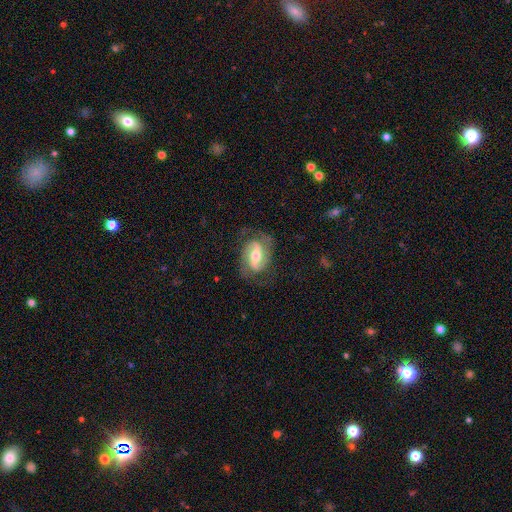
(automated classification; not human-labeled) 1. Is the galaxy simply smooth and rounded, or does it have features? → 82% featured or disk, 12% smooth, 6% star or artifact.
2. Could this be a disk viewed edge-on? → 96% no, 4% yes.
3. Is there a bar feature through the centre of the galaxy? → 43% weak, 38% strong, 20% no.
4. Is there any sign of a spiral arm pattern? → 94% yes, 6% no.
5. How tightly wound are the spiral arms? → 49% medium, 27% loose, 24% tight.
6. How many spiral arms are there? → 88% 2, 5% can't tell, 3% 1, 2% 3, 1% 4, 1% more than 4.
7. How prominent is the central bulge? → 66% moderate, 20% small, 11% large, 1% none, 1% dominant.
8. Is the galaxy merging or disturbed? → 73% none, 17% minor disturbance, 10% major disturbance, 1% merger.